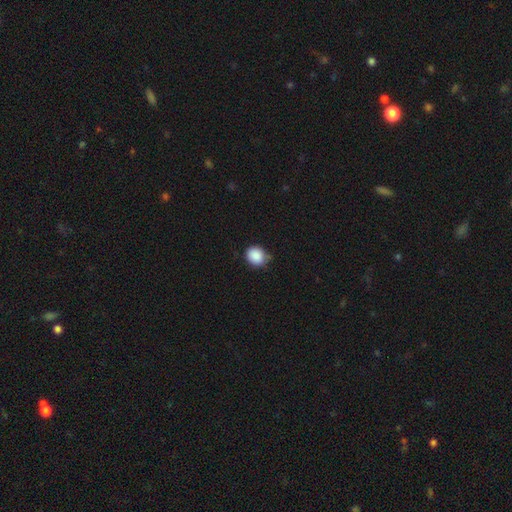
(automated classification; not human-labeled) Smooth or featured?
  - smooth: 88% *
  - star or artifact: 8%
  - featured or disk: 3%
How rounded?
  - round: 76% *
  - in between: 23%
  - cigar-shaped: 1%
Merging?
  - none: 68% *
  - minor disturbance: 25%
  - major disturbance: 4%
  - merger: 2%